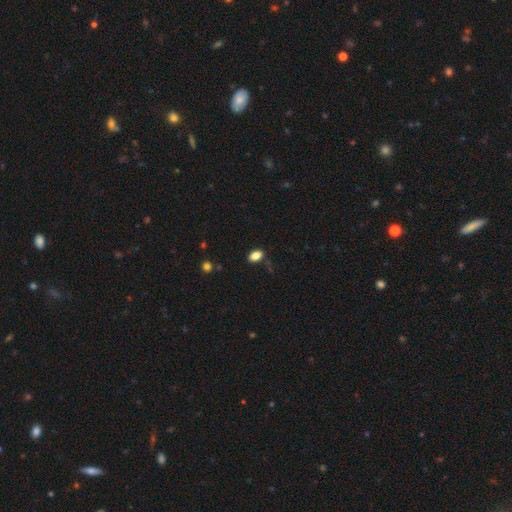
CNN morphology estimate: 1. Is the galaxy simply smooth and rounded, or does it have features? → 84% smooth, 10% star or artifact, 6% featured or disk.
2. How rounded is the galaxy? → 89% in between, 9% round, 2% cigar-shaped.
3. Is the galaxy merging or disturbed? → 81% none, 14% minor disturbance, 3% major disturbance, 3% merger.